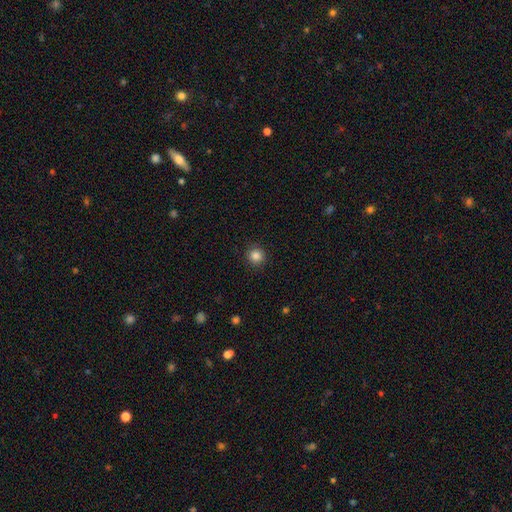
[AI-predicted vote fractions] Overall: smooth (85%). How rounded: round (93%). Merging: none (92%).